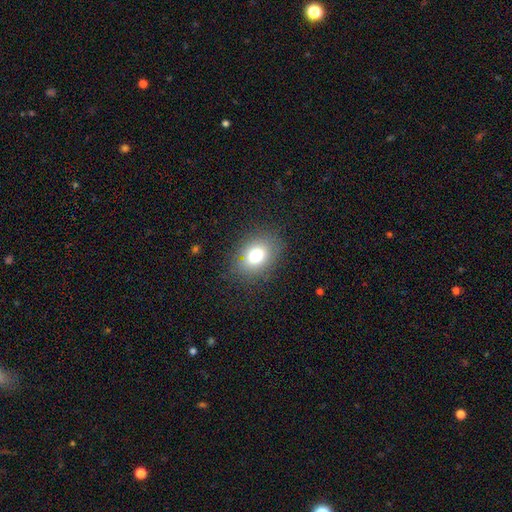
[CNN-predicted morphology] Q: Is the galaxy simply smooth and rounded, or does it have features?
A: smooth — 76%.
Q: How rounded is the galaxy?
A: in between — 65%.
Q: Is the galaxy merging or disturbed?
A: none — 83%.